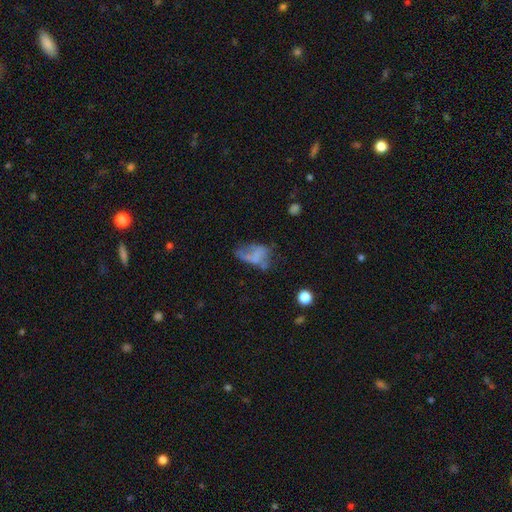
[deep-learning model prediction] This is possibly a smooth galaxy (48%). Merging: marginally major disturbance (39%).